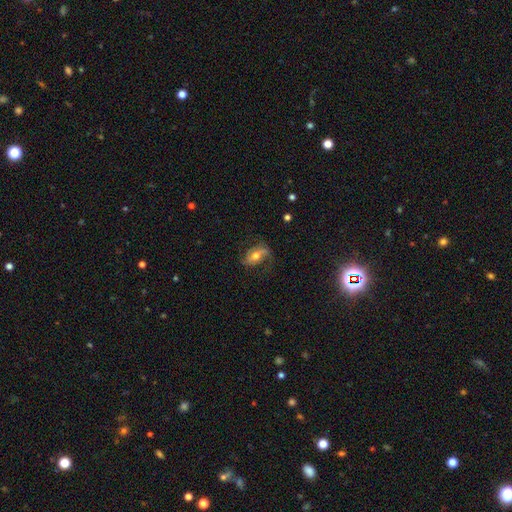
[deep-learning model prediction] This appears to be a featured or disk galaxy (61%) with no bar (49%), spiral arms (82%) and a moderate central bulge (71%). Merging: none (59%).